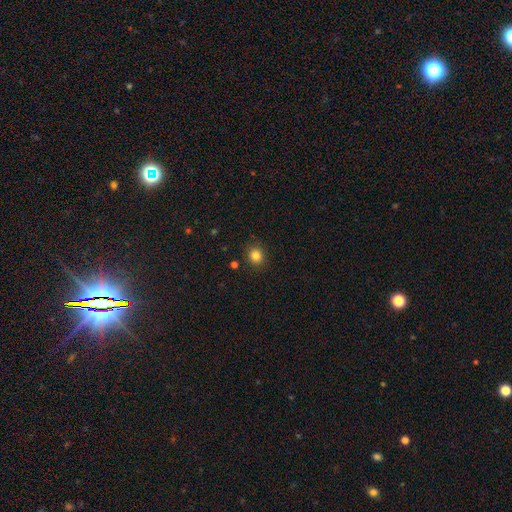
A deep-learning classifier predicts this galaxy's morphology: A smooth galaxy with no disk features (83%) that is round (80%). Merging: none (88%).